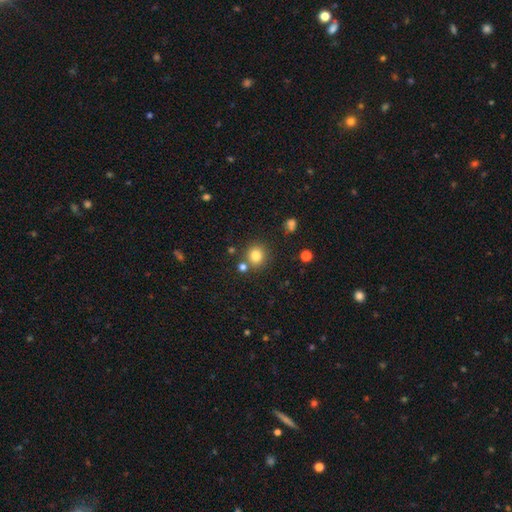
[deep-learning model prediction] Smooth or featured: smooth — 80% (star or artifact — 13%)
How rounded: round — 88% (in between — 11%)
Merging: none — 77% (merger — 11%)